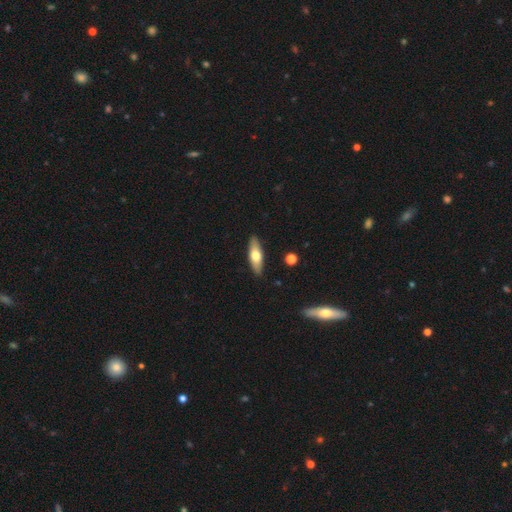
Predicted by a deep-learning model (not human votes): A smooth galaxy with no disk features (58%) that is in between round and cigar-shaped (52%). Merging: none (89%).